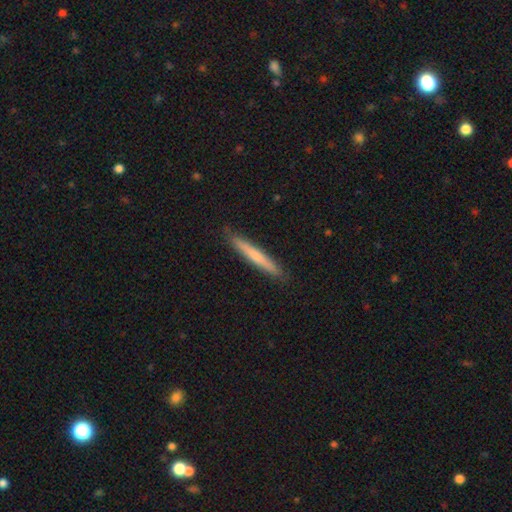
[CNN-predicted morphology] Overall: smooth (67%; featured or disk 28%). How rounded: cigar-shaped (96%). Merging: none (90%).